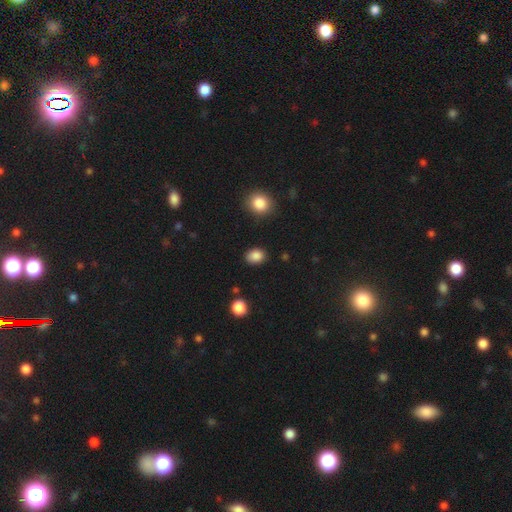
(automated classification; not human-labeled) Smooth or featured?
  - smooth: 87% *
  - star or artifact: 9%
  - featured or disk: 4%
How rounded?
  - in between: 63% *
  - round: 36%
  - cigar-shaped: 1%
Merging?
  - none: 86% *
  - minor disturbance: 10%
  - major disturbance: 3%
  - merger: 2%